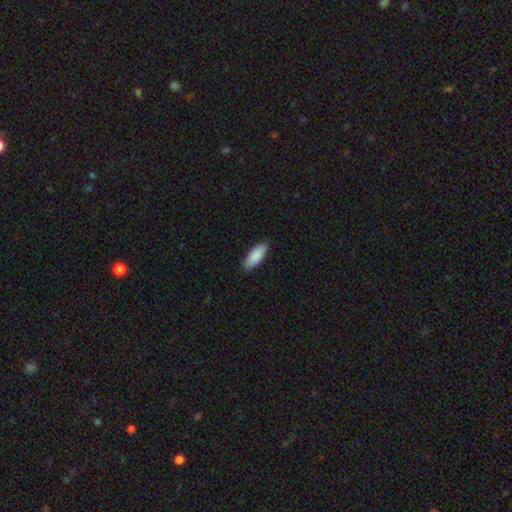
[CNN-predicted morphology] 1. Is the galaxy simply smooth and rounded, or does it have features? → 89% smooth, 5% star or artifact, 5% featured or disk.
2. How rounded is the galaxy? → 80% in between, 19% cigar-shaped, 2% round.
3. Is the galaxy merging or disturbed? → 87% none, 10% minor disturbance, 2% major disturbance, 1% merger.